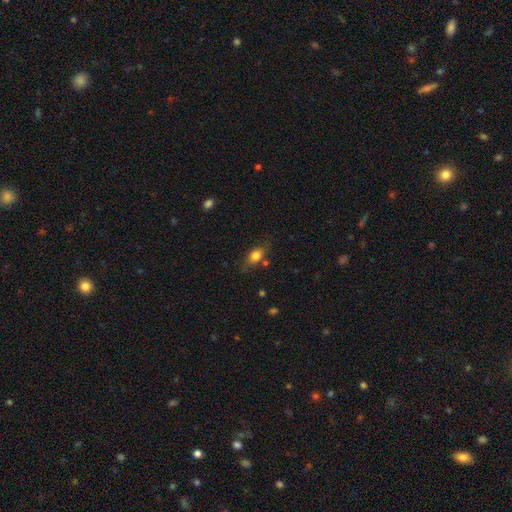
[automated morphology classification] smooth_or_featured: smooth (p=0.77) [alt: featured or disk p=0.14]
how_rounded: in between (p=0.78) [alt: round p=0.13]
merging: none (p=0.71) [alt: minor disturbance p=0.18]